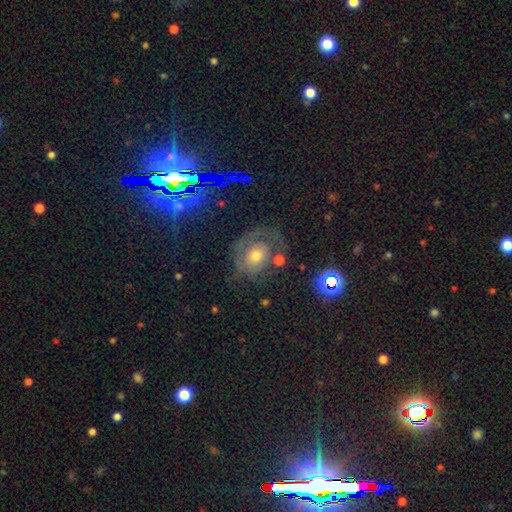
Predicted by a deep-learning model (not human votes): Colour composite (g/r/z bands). It shows a featured or disk galaxy (60%) with no bar (79%), spiral arms (73%) and a moderate central bulge (59%). Merging: none (60%).